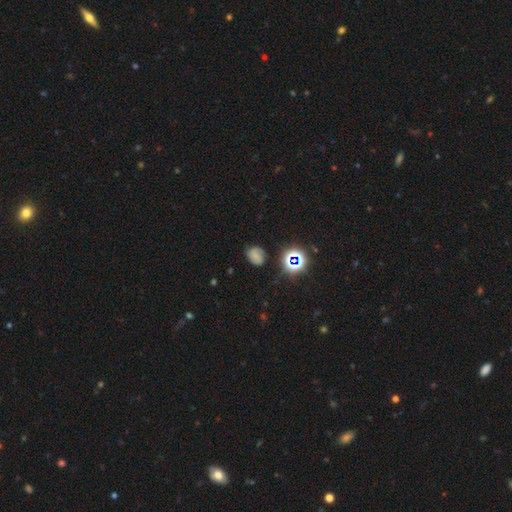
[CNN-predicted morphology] Smooth or featured? Predicted: smooth (p=0.51). How rounded? Predicted: in between (p=0.50). Merging? Predicted: none (p=0.69).